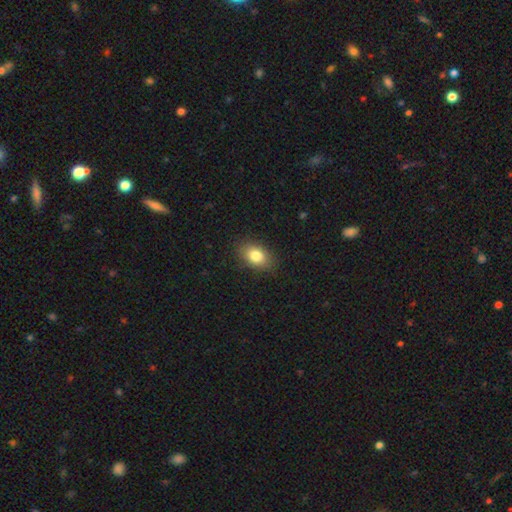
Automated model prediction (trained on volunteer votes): Overall: smooth (83%). How rounded: in between (83%). Merging: none (85%).